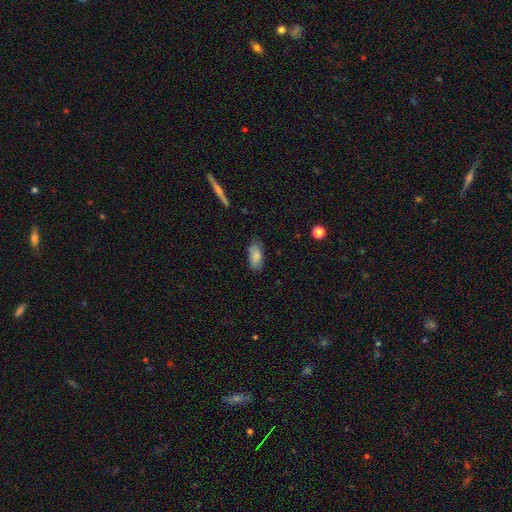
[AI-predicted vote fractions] A smooth galaxy with no disk features (86%) that is in between round and cigar-shaped (89%). Merging: none (79%).